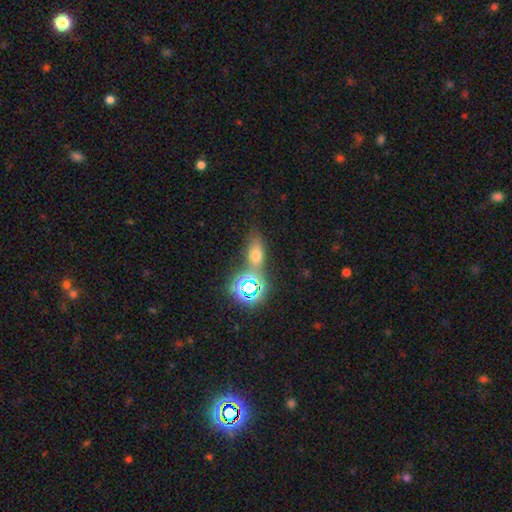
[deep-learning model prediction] Smooth or featured? smooth (55%)
How rounded? in between (70%)
Merging? none (63%)